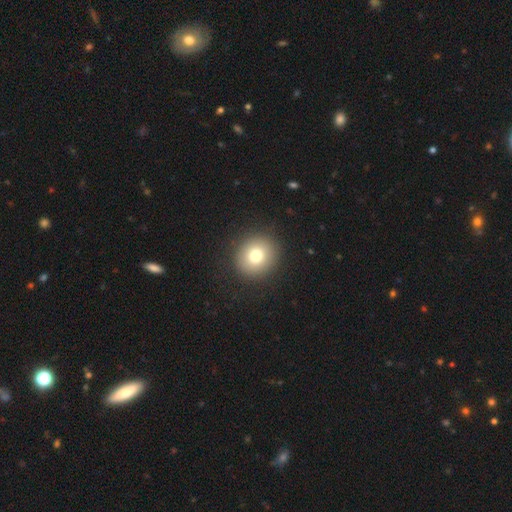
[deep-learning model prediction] Overall: smooth (77%). How rounded: round (86%). Merging: none (91%).